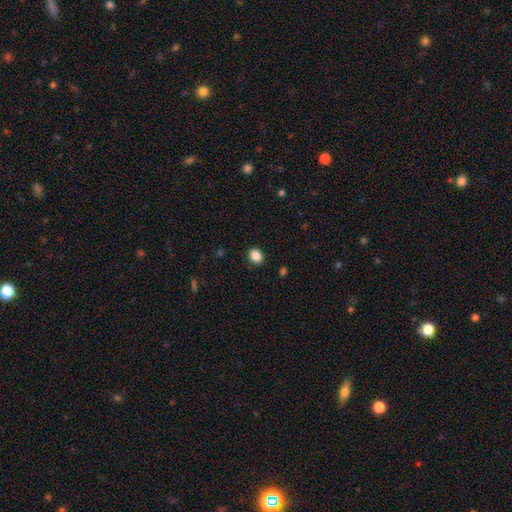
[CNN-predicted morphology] A smooth galaxy with no disk features (87%) that is round (55%).

Vote fractions:
- Smooth or featured? smooth: 87% / star or artifact: 10% / featured or disk: 3%
- How rounded? round: 55% / in between: 44% / cigar-shaped: 1%
- Merging? none: 90% / minor disturbance: 7% / major disturbance: 2% / merger: 1%